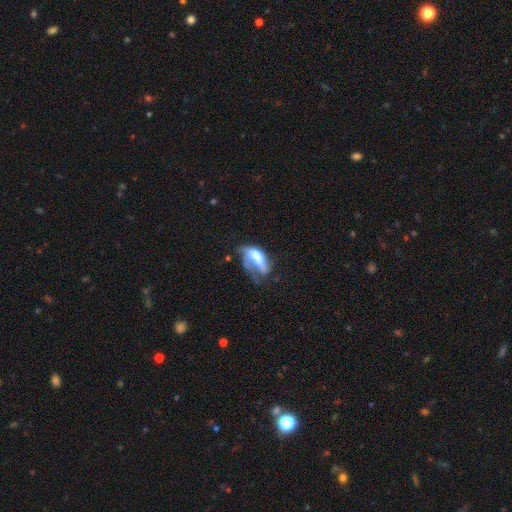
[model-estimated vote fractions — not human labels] This appears to be a featured or disk galaxy (48%). Merging: major disturbance (48%).